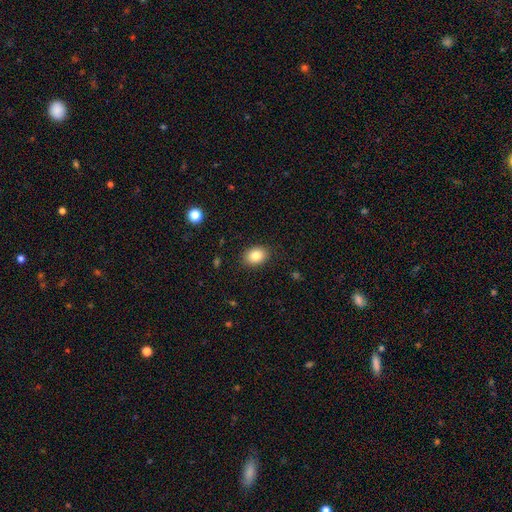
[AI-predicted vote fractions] Smooth or featured?
  - smooth: 84% *
  - star or artifact: 9%
  - featured or disk: 7%
How rounded?
  - in between: 71% *
  - round: 28%
  - cigar-shaped: 1%
Merging?
  - none: 88% *
  - minor disturbance: 9%
  - major disturbance: 2%
  - merger: 1%